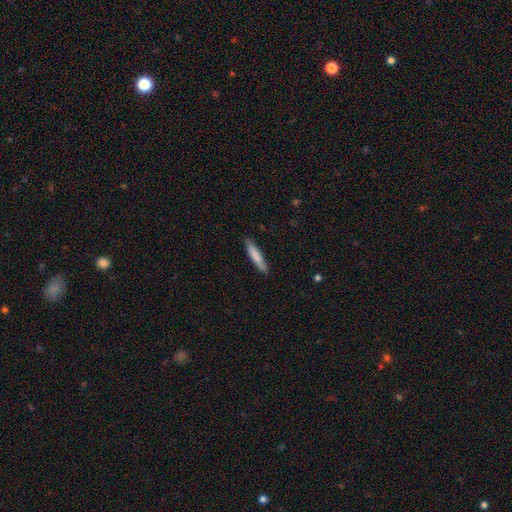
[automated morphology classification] smooth-or-featured: smooth: 81% | featured or disk: 14% | star or artifact: 5%
  how-rounded: cigar-shaped: 88% | in between: 11% | round: 1%
  merging: none: 85% | minor disturbance: 12% | major disturbance: 2% | merger: 1%